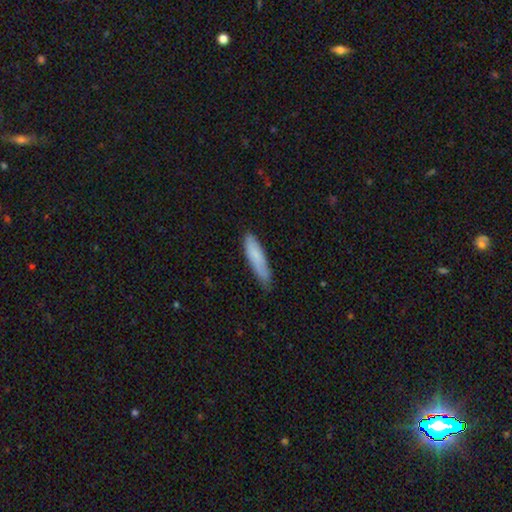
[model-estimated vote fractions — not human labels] Morphology: type=smooth (81%); roundness=cigar-shaped (74%); merging=none (71%).